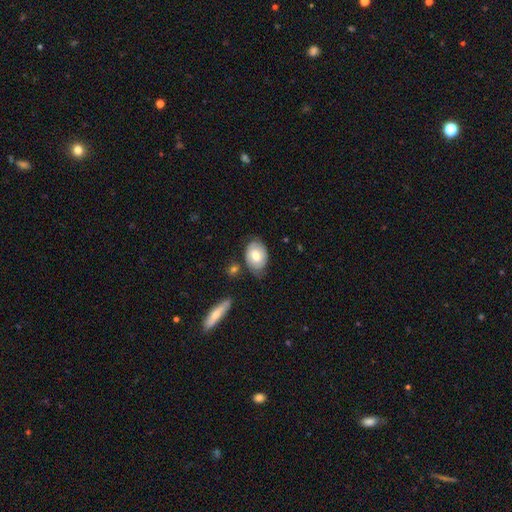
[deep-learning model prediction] Overall: smooth (54%; featured or disk 39%). How rounded: in between (79%). Merging: none (66%).